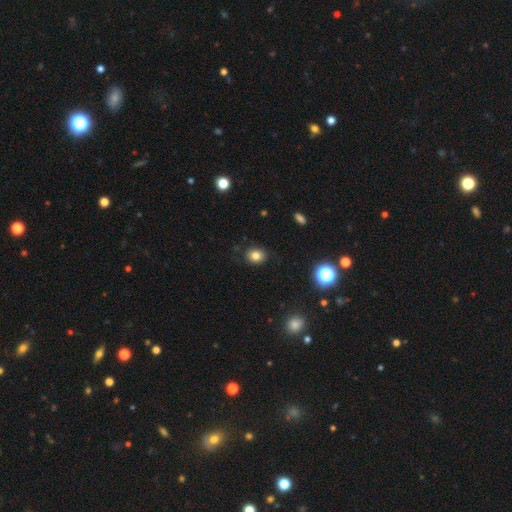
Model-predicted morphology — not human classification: Smooth or featured? Predicted: smooth (p=0.80). How rounded? Predicted: round (p=0.55). Merging? Predicted: none (p=0.82).